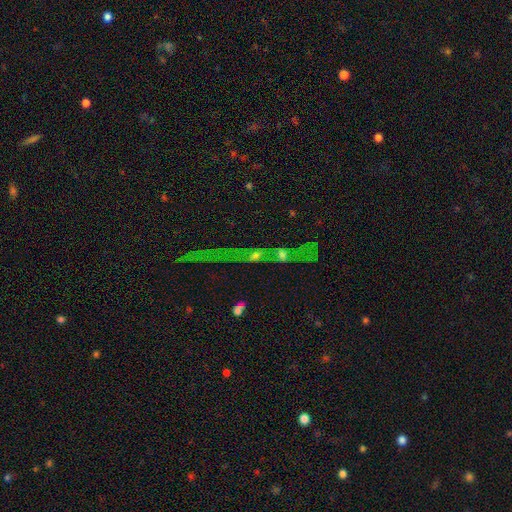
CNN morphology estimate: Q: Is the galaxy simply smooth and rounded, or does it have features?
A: star or artifact — 58%.